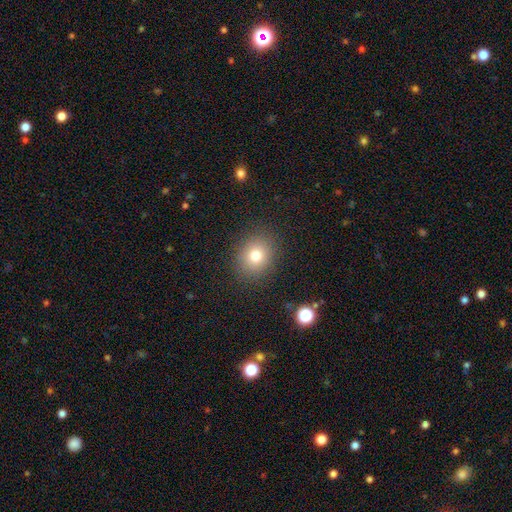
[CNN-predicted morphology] This appears to be a smooth galaxy with no disk features (76%) that is round (65%). Merging: none (87%).